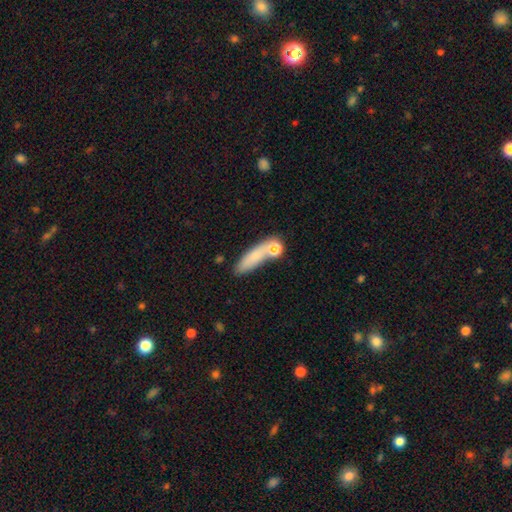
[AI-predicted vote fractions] smooth 74%, featured or disk 16%, star or artifact 9%. Down the decision tree: how rounded — cigar-shaped (60%); merging — none (63%).